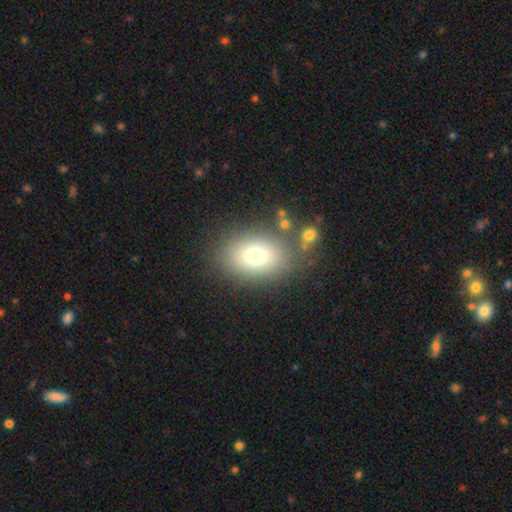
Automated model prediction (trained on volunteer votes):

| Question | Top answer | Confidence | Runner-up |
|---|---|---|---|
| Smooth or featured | smooth | 74% | featured or disk (14%) |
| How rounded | in between | 73% | round (26%) |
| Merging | none | 77% | minor disturbance (11%) |